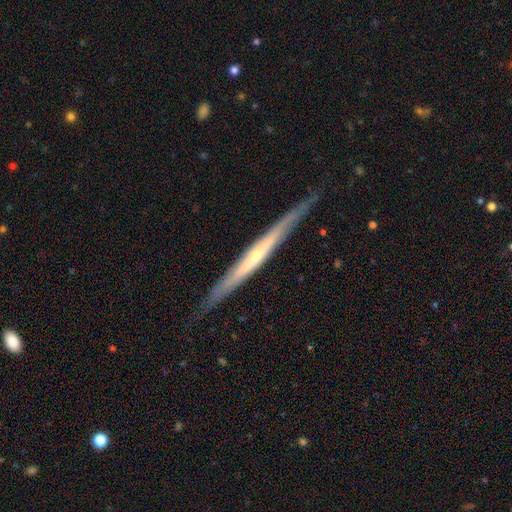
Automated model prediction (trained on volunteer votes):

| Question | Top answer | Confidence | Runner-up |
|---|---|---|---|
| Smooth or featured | featured or disk | 71% | smooth (23%) |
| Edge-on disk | yes | 95% | no (5%) |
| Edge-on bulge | none | 50% | rounded (44%) |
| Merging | none | 85% | minor disturbance (12%) |